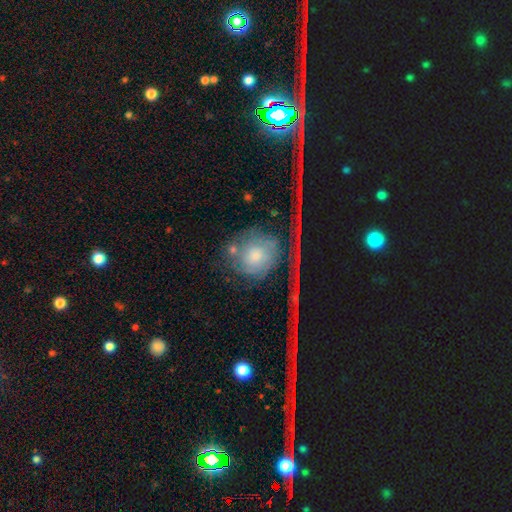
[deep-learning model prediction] Smooth or featured: featured or disk — 50% (smooth — 36%)
Merging: none — 44% (major disturbance — 26%)